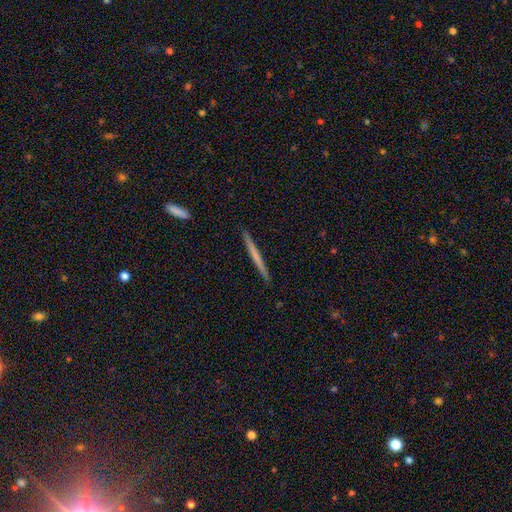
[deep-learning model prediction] Overall: smooth (52%; featured or disk 42%). How rounded: cigar-shaped (97%). Merging: none (92%).